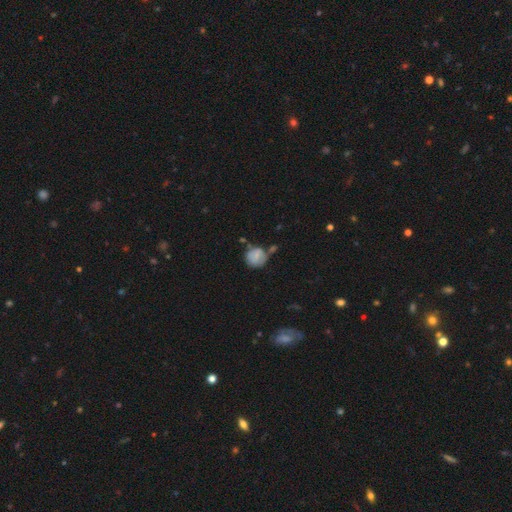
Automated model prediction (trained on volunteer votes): This is likely a smooth galaxy (66%). How rounded: clearly round (85%). Merging: possibly none (52%).